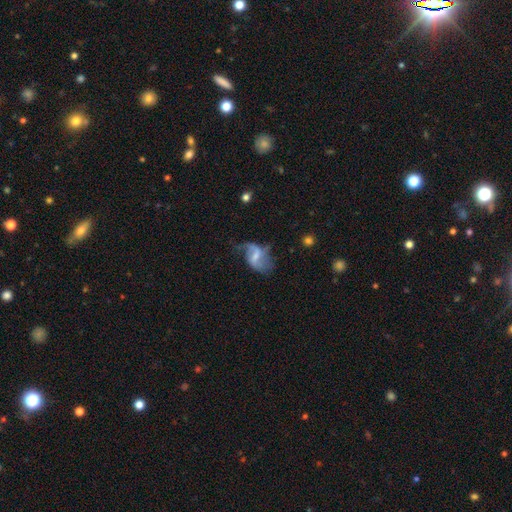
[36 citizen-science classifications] A featured or disk galaxy (75%) with a weak bar (67%), 2 (73%) loose (73%) spiral arms (81%) and a small central bulge (59%). Merging: none (40%).